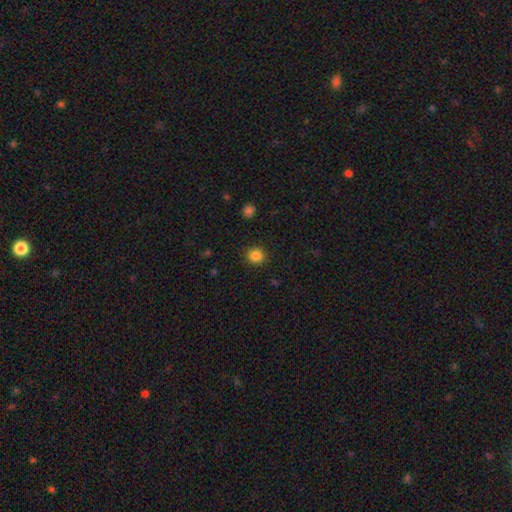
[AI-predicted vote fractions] This appears to be a smooth galaxy with no disk features (84%) that is round (86%). Merging: none (90%).